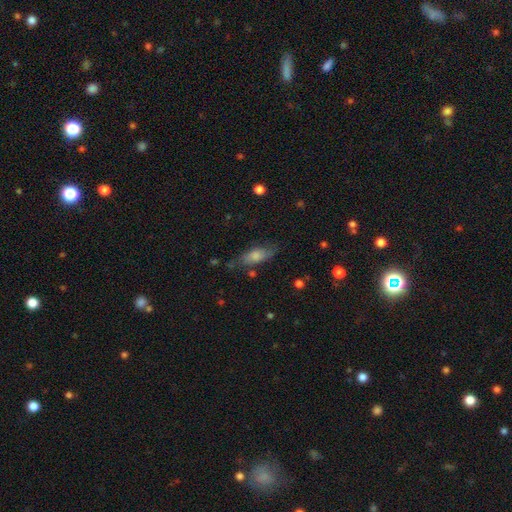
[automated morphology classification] The model was most divided on "merging": none: 61%, minor disturbance: 26%, major disturbance: 10%, merger: 3%. More confident: how rounded — in between (75%); smooth or featured — smooth (65%).